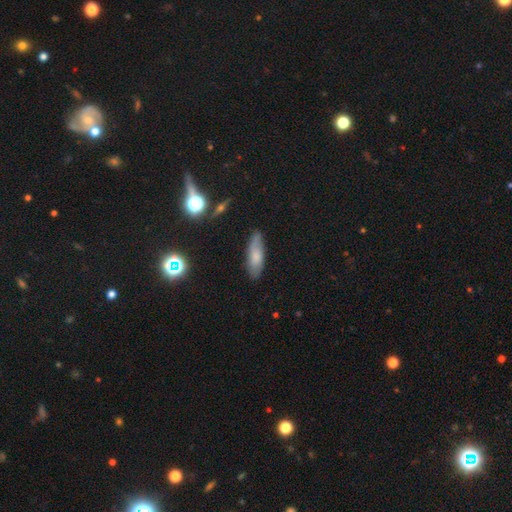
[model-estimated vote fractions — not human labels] A smooth galaxy with no disk features (67%) that is in between round and cigar-shaped (61%). Merging: none (77%).